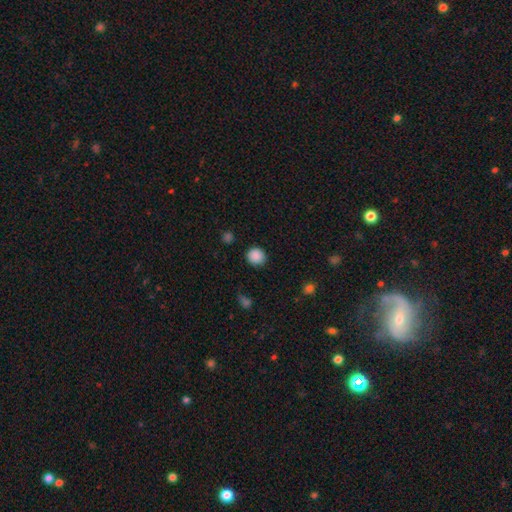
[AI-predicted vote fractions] Smooth or featured? Predicted: smooth (p=0.87). How rounded? Predicted: round (p=0.91). Merging? Predicted: none (p=0.87).